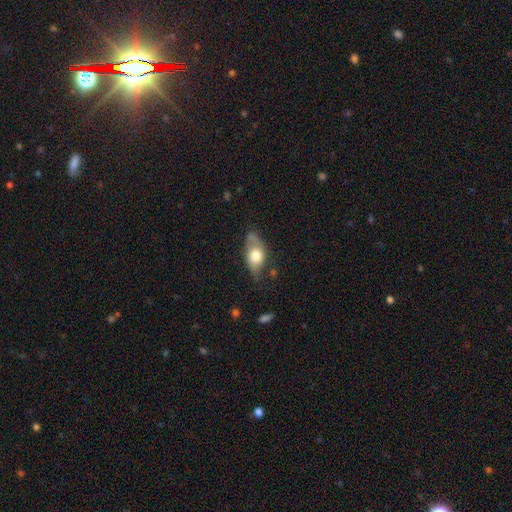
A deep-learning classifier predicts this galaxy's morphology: Overall: smooth (60%; featured or disk 34%). How rounded: in between (85%). Merging: none (57%; minor disturbance 31%).